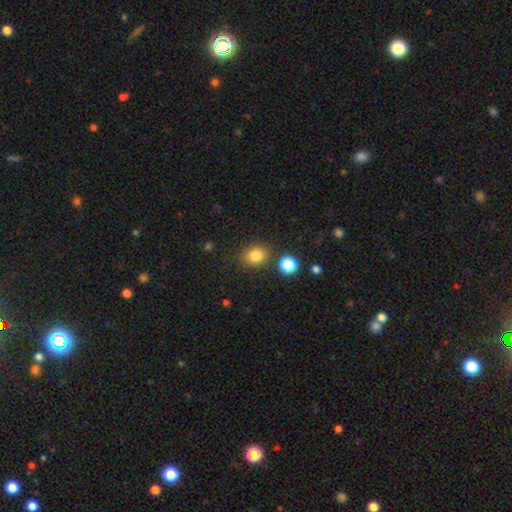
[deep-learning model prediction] Smooth or featured: smooth — 83% (star or artifact — 11%)
How rounded: round — 60% (in between — 39%)
Merging: none — 82% (minor disturbance — 9%)